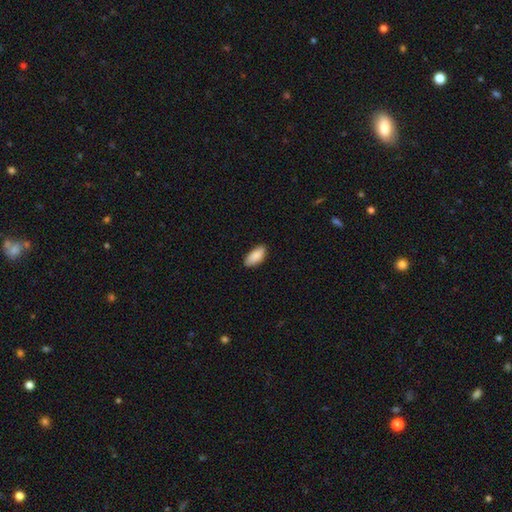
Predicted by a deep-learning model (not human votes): This appears to be a smooth galaxy with no disk features (90%) that is in between round and cigar-shaped (90%). Merging: none (85%).